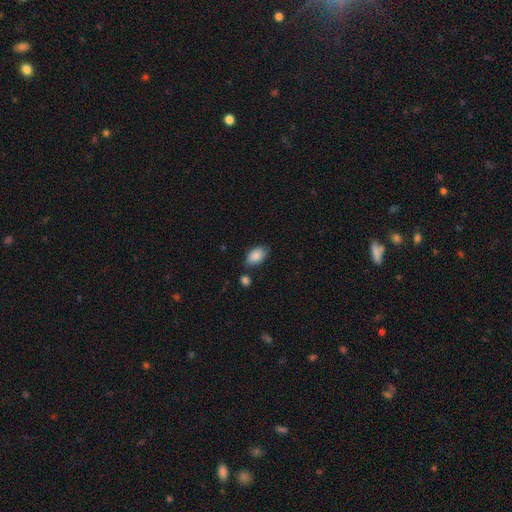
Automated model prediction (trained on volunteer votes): smooth-or-featured: smooth: 88% | star or artifact: 7% | featured or disk: 5%
  how-rounded: in between: 93% | round: 5% | cigar-shaped: 2%
  merging: none: 75% | minor disturbance: 16% | merger: 6% | major disturbance: 3%